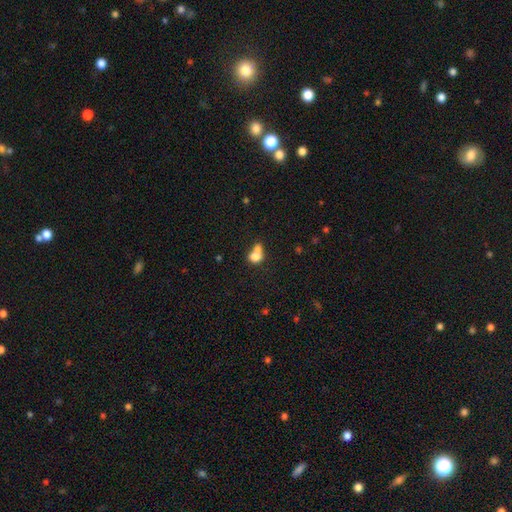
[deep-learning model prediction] Smooth or featured?
  - smooth: 77% *
  - featured or disk: 13%
  - star or artifact: 10%
How rounded?
  - round: 55% *
  - in between: 44%
  - cigar-shaped: 1%
Merging?
  - merger: 60% *
  - none: 26%
  - minor disturbance: 9%
  - major disturbance: 5%